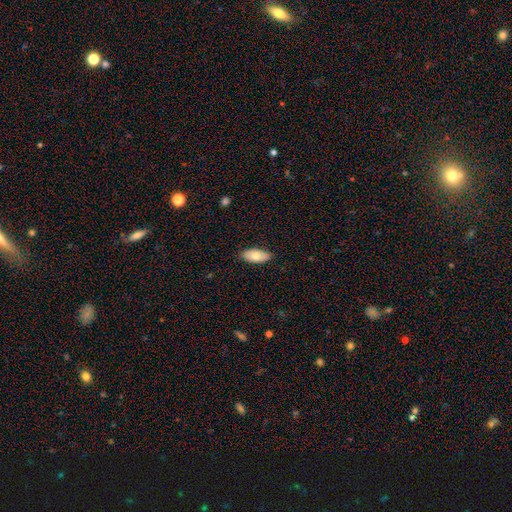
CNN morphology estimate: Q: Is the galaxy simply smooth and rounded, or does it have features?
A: smooth — 73%.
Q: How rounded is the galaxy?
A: in between — 90%.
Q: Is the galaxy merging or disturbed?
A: none — 87%.